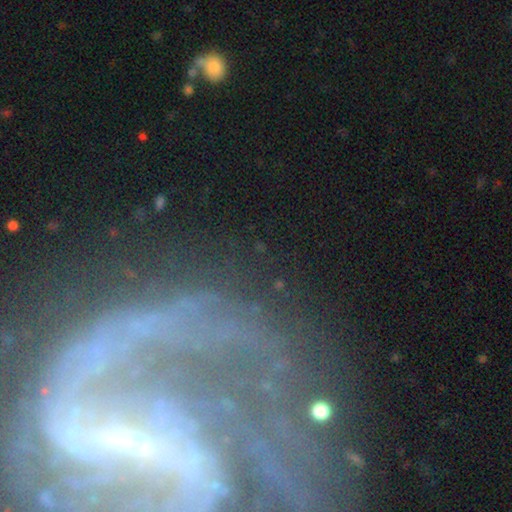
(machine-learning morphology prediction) A featured or disk galaxy (64%) with a strong bar (40%), spiral arms (76%) and a small central bulge (41%).

Vote fractions:
- Smooth or featured? featured or disk: 64% / star or artifact: 21% / smooth: 15%
- Edge-on disk? no: 88% / yes: 12%
- Bar? strong: 40% / no: 31% / weak: 29%
- Spiral arms? yes: 76% / no: 24%
- Bulge size? small: 41% / moderate: 37% / large: 9% / none: 7% / dominant: 5%
- Merging? none: 70% / minor disturbance: 13% / major disturbance: 11% / merger: 6%